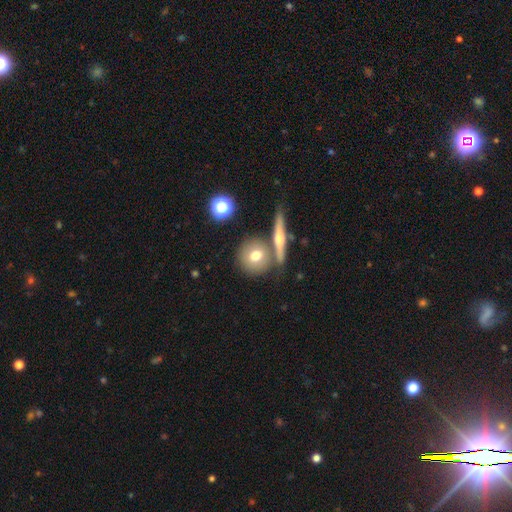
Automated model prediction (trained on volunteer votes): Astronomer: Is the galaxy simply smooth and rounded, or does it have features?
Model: smooth — 66%.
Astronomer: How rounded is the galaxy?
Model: round — 84%.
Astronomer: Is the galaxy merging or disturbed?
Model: none — 70%.